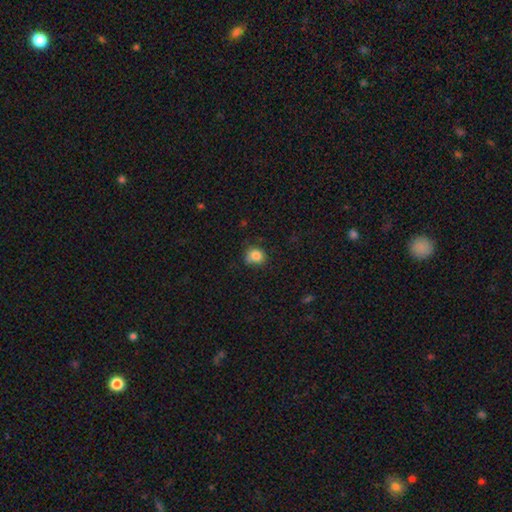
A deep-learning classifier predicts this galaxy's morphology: Smooth or featured? Predicted: smooth (p=0.83). How rounded? Predicted: round (p=0.75). Merging? Predicted: none (p=0.64).